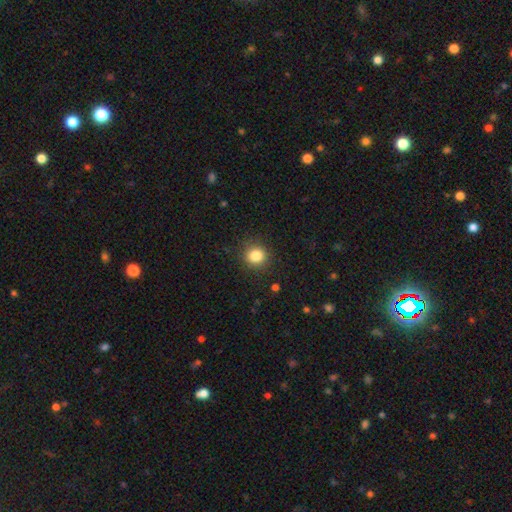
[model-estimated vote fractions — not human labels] Smooth or featured?
  - smooth: 84% *
  - star or artifact: 11%
  - featured or disk: 5%
How rounded?
  - round: 87% *
  - in between: 12%
  - cigar-shaped: 1%
Merging?
  - none: 89% *
  - minor disturbance: 7%
  - major disturbance: 3%
  - merger: 1%